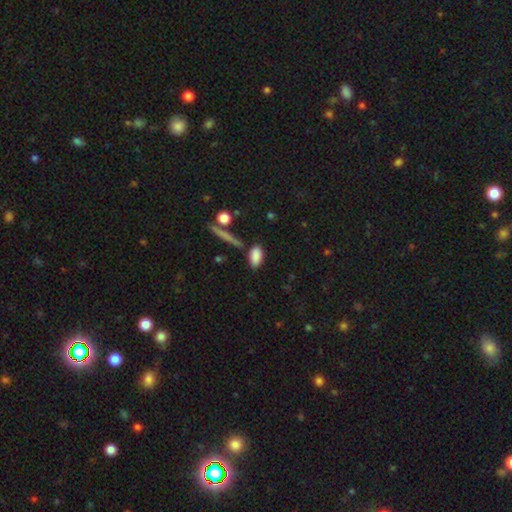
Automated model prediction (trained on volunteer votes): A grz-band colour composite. It shows a smooth galaxy with no disk features (86%) that is in between round and cigar-shaped (89%). Merging: none (75%).